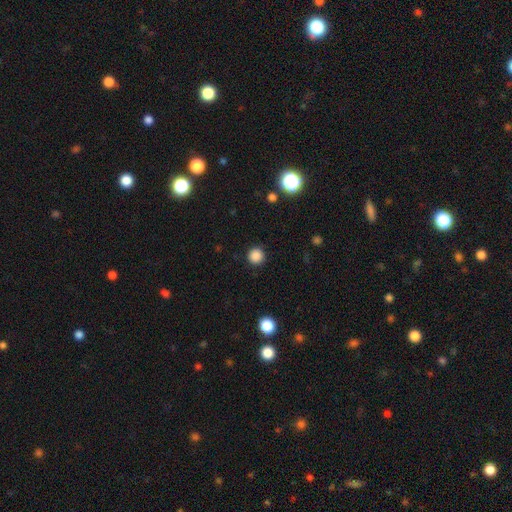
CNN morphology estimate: The model was most divided on "smooth or featured": smooth: 86%, star or artifact: 11%, featured or disk: 3%. More confident: how rounded — round (95%); merging — none (92%).